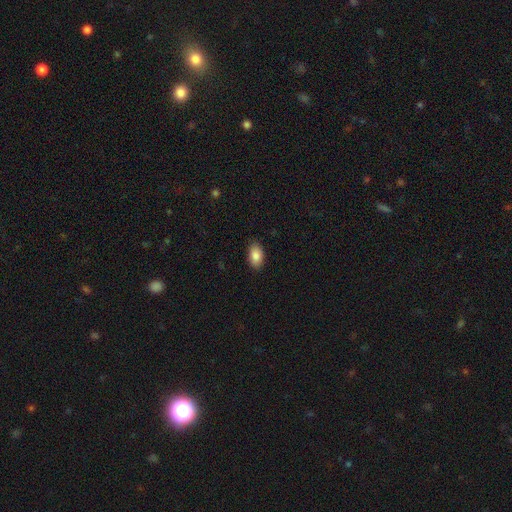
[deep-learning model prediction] This is clearly a smooth galaxy (86%). How rounded: clearly in between (92%). Merging: clearly none (88%).